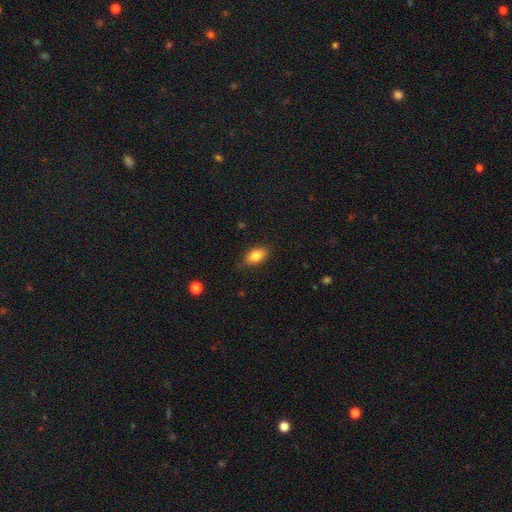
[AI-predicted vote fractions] Smooth or featured: smooth — 81% (featured or disk — 11%)
How rounded: in between — 85% (round — 11%)
Merging: none — 80% (minor disturbance — 16%)